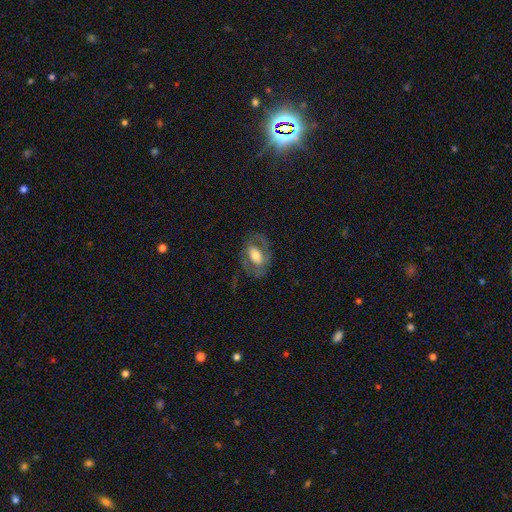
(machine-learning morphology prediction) Smooth or featured: featured or disk — 50% (smooth — 43%)
Merging: none — 66% (minor disturbance — 18%)